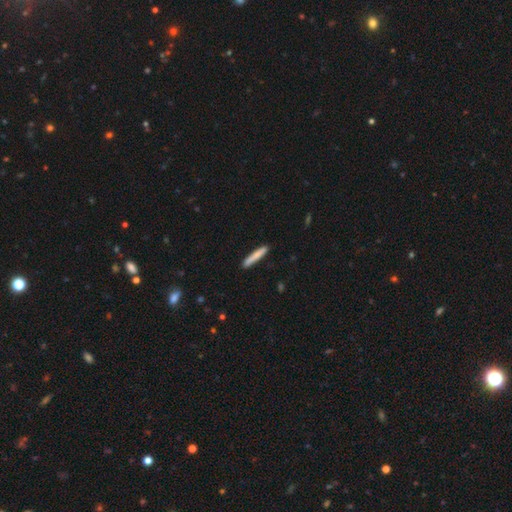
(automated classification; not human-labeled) Morphology: type=smooth (79%); roundness=cigar-shaped (95%); merging=none (89%).